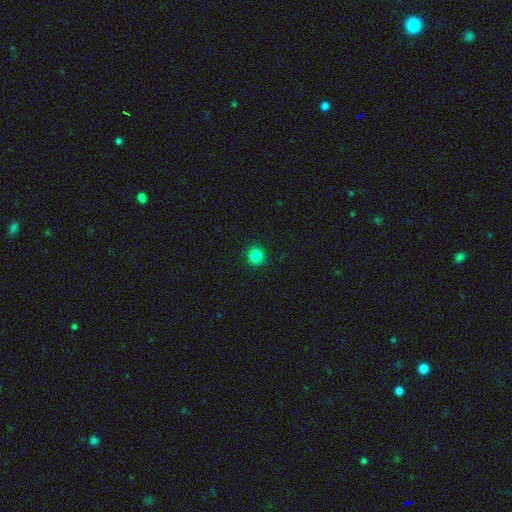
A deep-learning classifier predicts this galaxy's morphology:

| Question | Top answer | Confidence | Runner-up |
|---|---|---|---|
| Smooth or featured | smooth | 84% | star or artifact (12%) |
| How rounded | round | 94% | in between (5%) |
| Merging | none | 92% | minor disturbance (5%) |